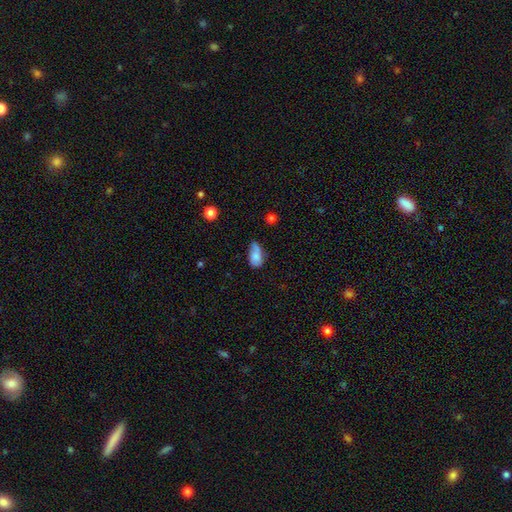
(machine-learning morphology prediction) This appears to be a smooth galaxy with no disk features (76%) that is in between round and cigar-shaped (90%). Merging: minor disturbance (42%).